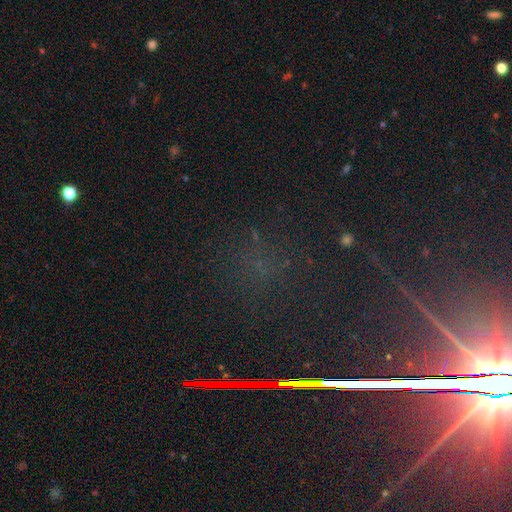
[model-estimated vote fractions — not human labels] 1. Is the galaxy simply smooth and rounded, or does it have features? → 80% star or artifact, 10% featured or disk, 10% smooth.